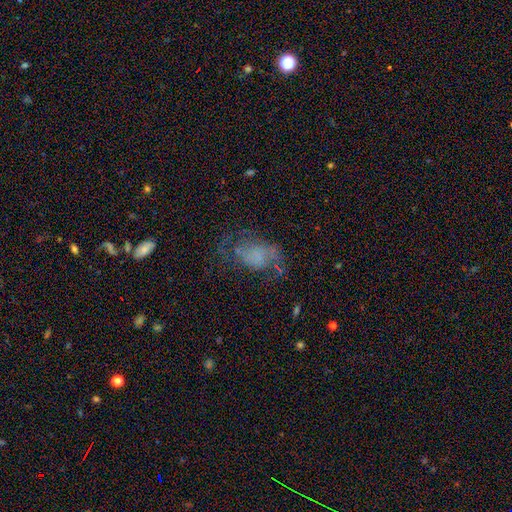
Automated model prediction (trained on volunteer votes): A featured or disk galaxy (48%).

Vote fractions:
- Smooth or featured? featured or disk: 48% / smooth: 38% / star or artifact: 14%
- Merging? none: 44% / major disturbance: 30% / minor disturbance: 23% / merger: 3%